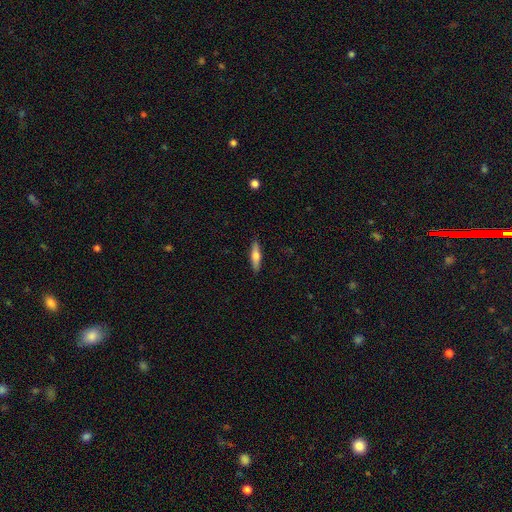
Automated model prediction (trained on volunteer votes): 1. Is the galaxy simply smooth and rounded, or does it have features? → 60% smooth, 34% featured or disk, 6% star or artifact.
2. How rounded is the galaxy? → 74% cigar-shaped, 24% in between, 2% round.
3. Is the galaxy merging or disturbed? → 89% none, 8% minor disturbance, 2% major disturbance, 1% merger.